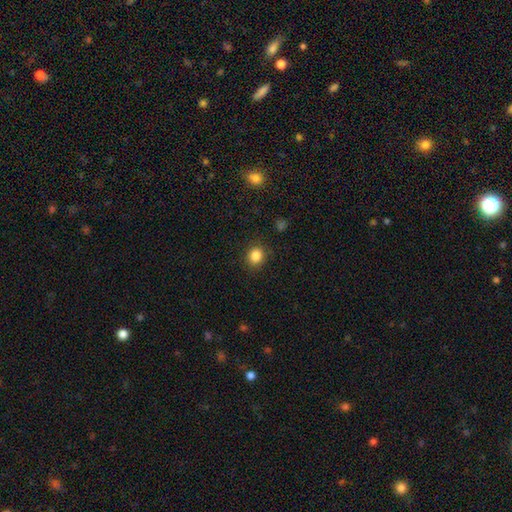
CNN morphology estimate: smooth 85%, star or artifact 11%, featured or disk 4%. Down the decision tree: how rounded — round (80%); merging — none (88%).